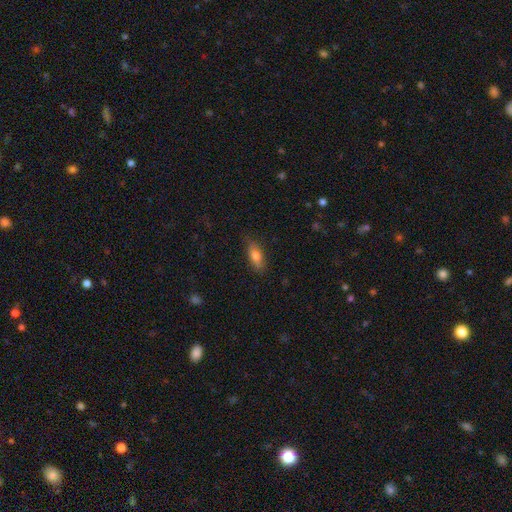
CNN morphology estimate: Smooth or featured? smooth (74%)
How rounded? in between (74%)
Merging? none (78%)